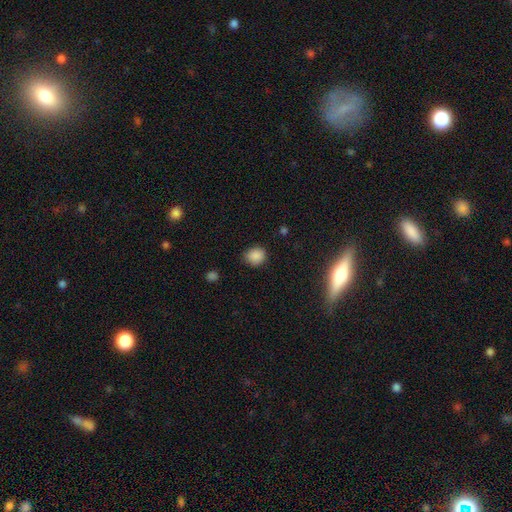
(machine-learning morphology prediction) type=smooth (85%); roundness=round (71%); merging=none (79%).